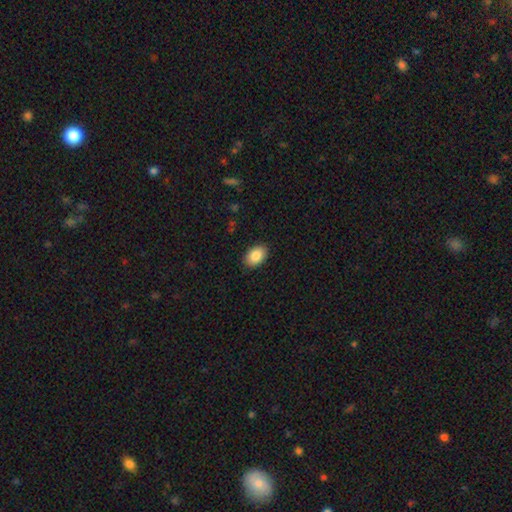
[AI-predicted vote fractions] This appears to be a smooth galaxy with no disk features (87%) that is in between round and cigar-shaped (88%). Merging: none (89%).